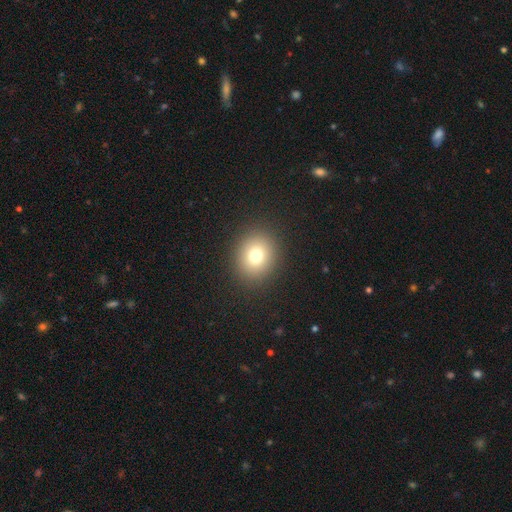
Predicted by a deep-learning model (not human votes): This appears to be a smooth galaxy with no disk features (76%) that is round (72%). Merging: none (90%).